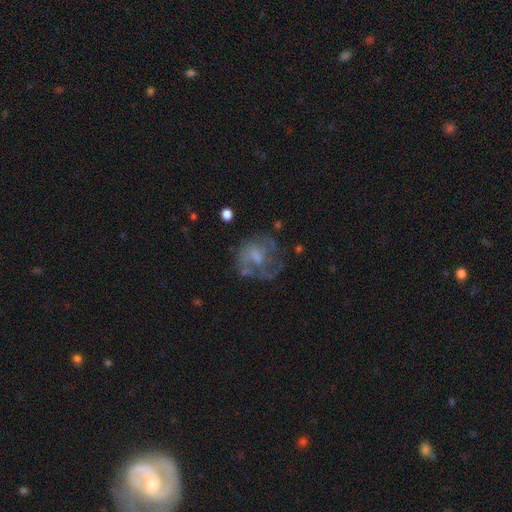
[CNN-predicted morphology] Smooth or featured? Predicted: featured or disk (p=0.62). Edge-on disk? Predicted: no (p=0.97). Bar? Predicted: no (p=0.64). Spiral arms? Predicted: yes (p=0.56). Bulge size? Predicted: moderate (p=0.37). Merging? Predicted: none (p=0.52).